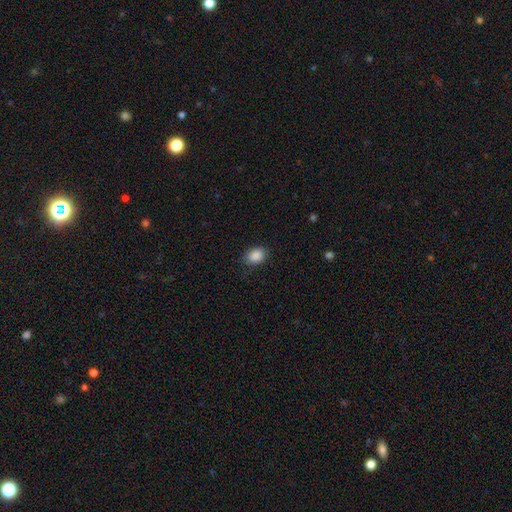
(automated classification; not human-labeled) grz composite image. It shows a smooth galaxy with no disk features (89%) that is in between round and cigar-shaped (72%). Merging: none (80%).